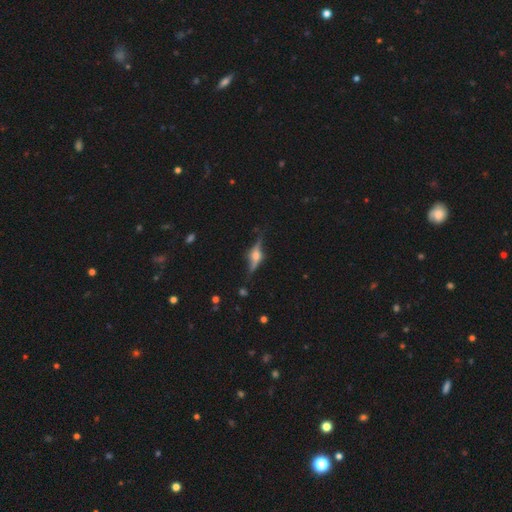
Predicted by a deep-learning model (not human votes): Smooth or featured? Predicted: featured or disk (p=0.79). Edge-on disk? Predicted: yes (p=0.94). Edge-on bulge? Predicted: rounded (p=0.90). Merging? Predicted: none (p=0.79).